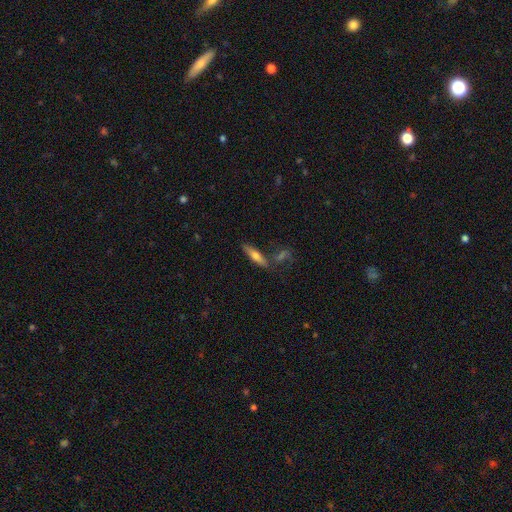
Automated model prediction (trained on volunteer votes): smooth_or_featured: smooth (p=0.50) [alt: featured or disk p=0.43]
merging: none (p=0.70) [alt: merger p=0.13]